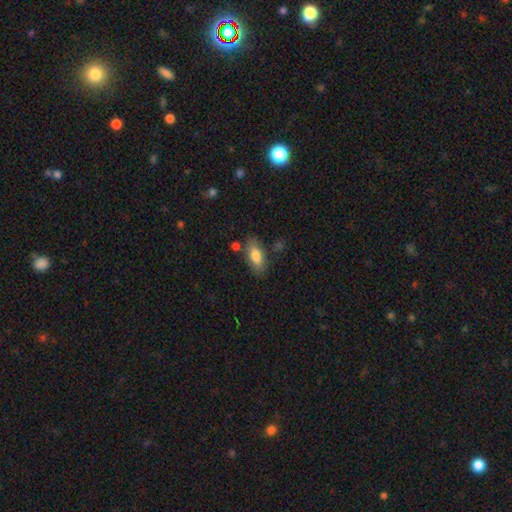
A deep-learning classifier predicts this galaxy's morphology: type=smooth (78%); roundness=in between (82%); merging=none (75%).